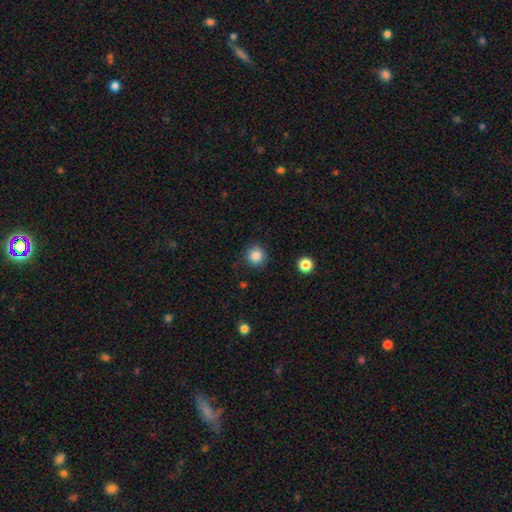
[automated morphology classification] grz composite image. It shows a smooth galaxy with no disk features (86%) that is round (93%). Merging: none (88%).